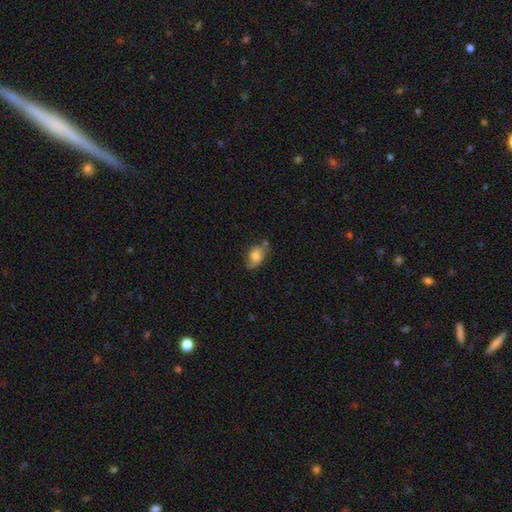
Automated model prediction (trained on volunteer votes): Smooth or featured?
  - smooth: 68% *
  - featured or disk: 23%
  - star or artifact: 9%
How rounded?
  - in between: 83% *
  - round: 15%
  - cigar-shaped: 2%
Merging?
  - none: 54% *
  - minor disturbance: 30%
  - major disturbance: 9%
  - merger: 8%